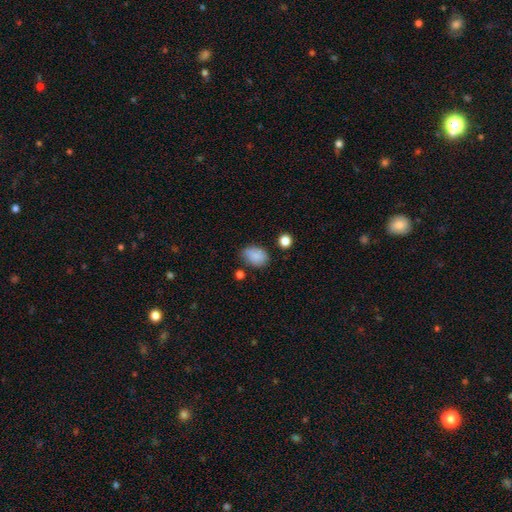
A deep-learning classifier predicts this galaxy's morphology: Smooth or featured?
  - smooth: 85% *
  - star or artifact: 9%
  - featured or disk: 6%
How rounded?
  - in between: 75% *
  - round: 24%
  - cigar-shaped: 1%
Merging?
  - none: 65% *
  - minor disturbance: 25%
  - major disturbance: 5%
  - merger: 4%